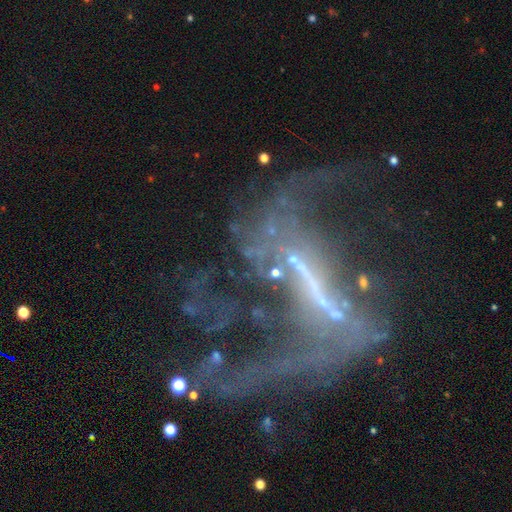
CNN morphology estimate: This is clearly a featured or disk galaxy (80%). It is clearly not viewed edge-on (90%). Bar: likely strong (62%). Spiral arm pattern: likely yes (73%). Spiral arm count: likely 2 (70%). Spiral winding: likely loose (78%). Central bulge: marginally none (45%). Merging: marginally major disturbance (41%).